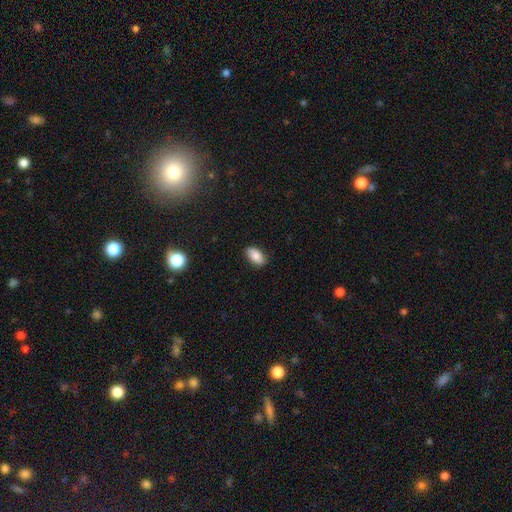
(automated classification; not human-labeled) smooth-or-featured: smooth: 83% | featured or disk: 9% | star or artifact: 8%
  how-rounded: in between: 93% | round: 4% | cigar-shaped: 3%
  merging: none: 85% | minor disturbance: 12% | major disturbance: 2% | merger: 1%